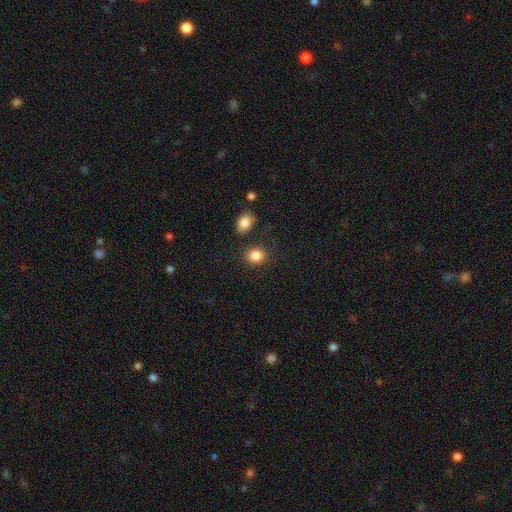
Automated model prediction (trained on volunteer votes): Q: Smooth or featured?
A: smooth (86%); runner-up: star or artifact (9%)
Q: How rounded?
A: round (56%); runner-up: in between (43%)
Q: Merging?
A: none (77%); runner-up: minor disturbance (11%)